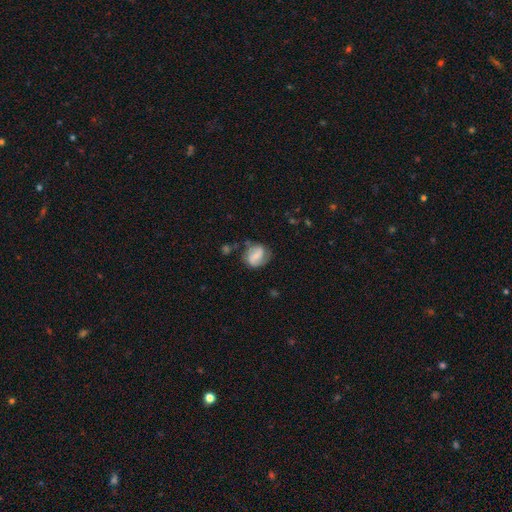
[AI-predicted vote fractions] This is possibly a featured or disk galaxy (50%). Merging: likely none (62%).